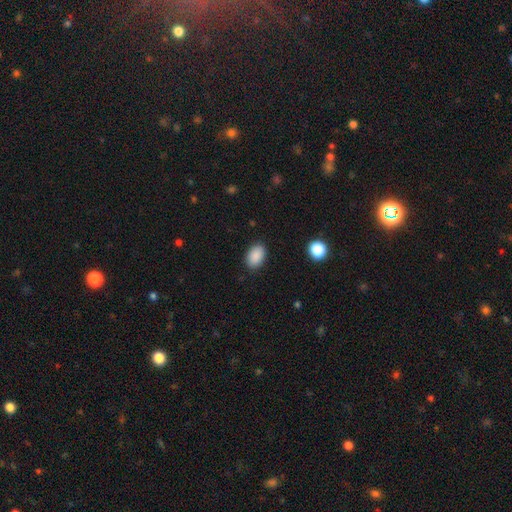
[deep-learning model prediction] A smooth galaxy with no disk features (89%) that is in between round and cigar-shaped (87%). Merging: none (87%).